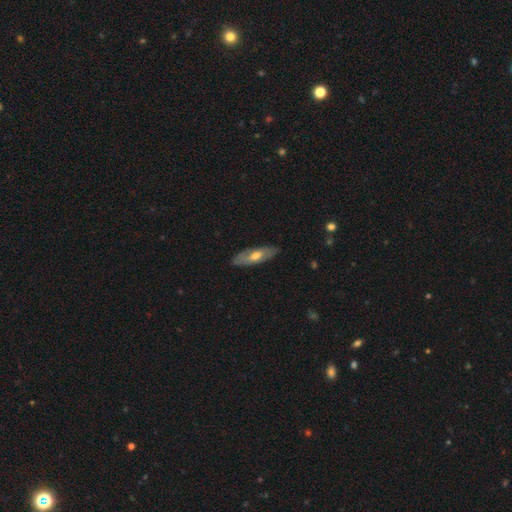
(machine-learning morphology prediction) Smooth or featured? Predicted: featured or disk (p=0.52). Edge-on disk? Predicted: no (p=0.64). Merging? Predicted: none (p=0.85).